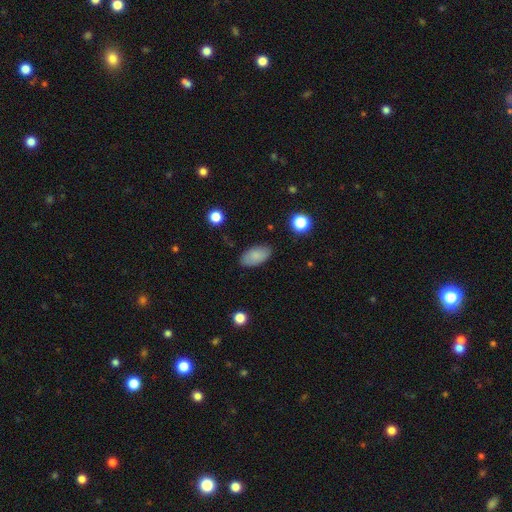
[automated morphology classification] The model was most divided on "merging": none: 85%, minor disturbance: 11%, major disturbance: 3%, merger: 1%. More confident: how rounded — in between (94%); smooth or featured — smooth (85%).